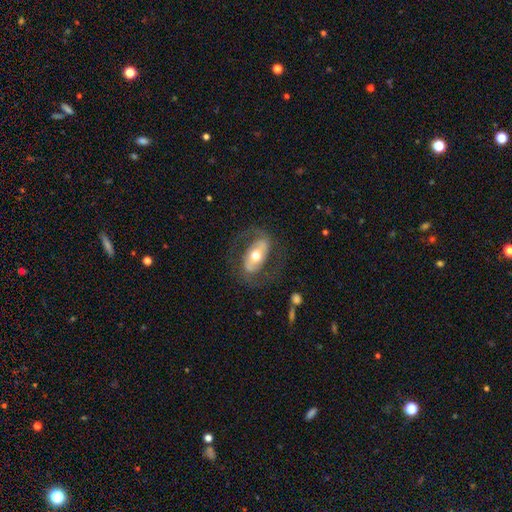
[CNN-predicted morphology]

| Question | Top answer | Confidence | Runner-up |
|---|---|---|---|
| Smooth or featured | featured or disk | 74% | smooth (21%) |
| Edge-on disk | no | 93% | yes (7%) |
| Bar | strong | 43% | weak (29%) |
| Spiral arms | yes | 76% | no (24%) |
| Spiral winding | medium | 48% | loose (30%) |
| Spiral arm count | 2 | 84% | can't tell (8%) |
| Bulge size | moderate | 71% | small (15%) |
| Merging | none | 69% | minor disturbance (15%) |